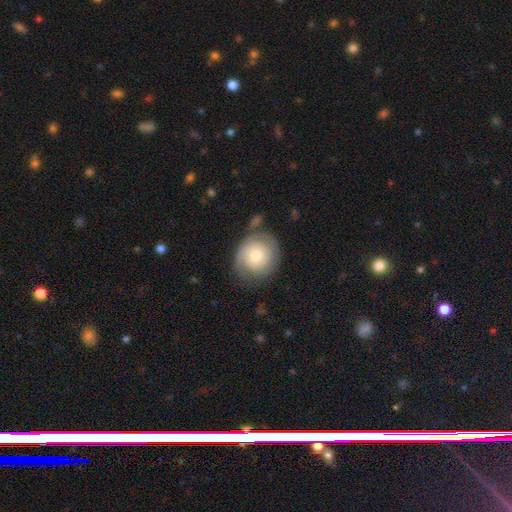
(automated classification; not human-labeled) A featured or disk galaxy (48%). Merging: none (61%).